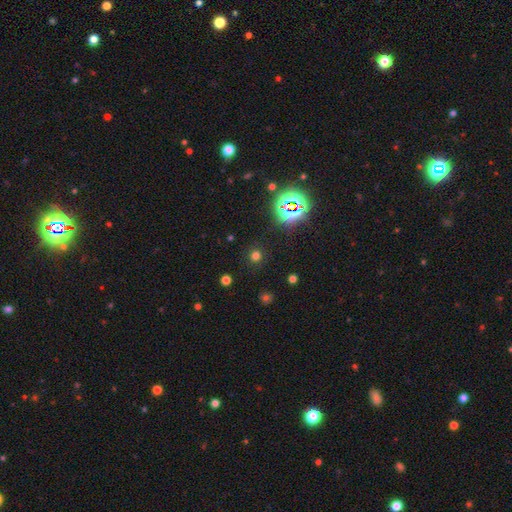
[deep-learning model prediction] A smooth galaxy with no disk features (63%) that is round (90%).

Vote fractions:
- Smooth or featured? smooth: 63% / star or artifact: 31% / featured or disk: 6%
- How rounded? round: 90% / in between: 9% / cigar-shaped: 1%
- Merging? none: 88% / minor disturbance: 7% / major disturbance: 3% / merger: 2%